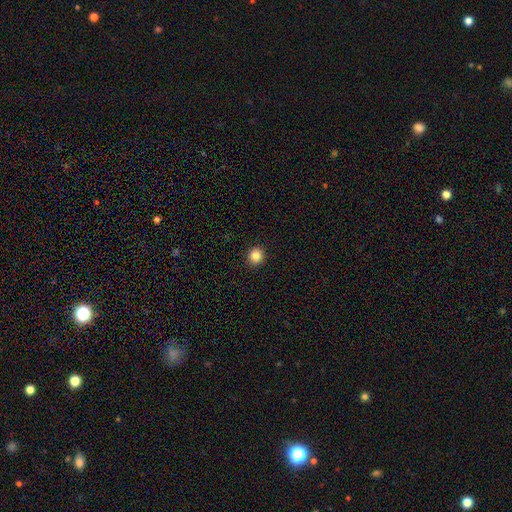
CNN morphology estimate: This is clearly a smooth galaxy (85%). How rounded: clearly round (92%). Merging: clearly none (93%).